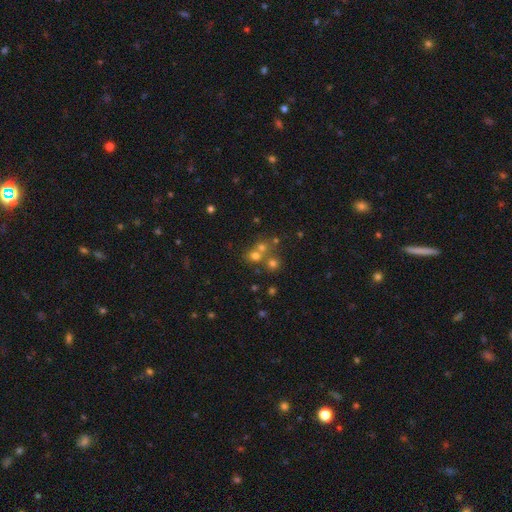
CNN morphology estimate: Smooth or featured? Predicted: smooth (p=0.62). How rounded? Predicted: round (p=0.81). Merging? Predicted: none (p=0.47).